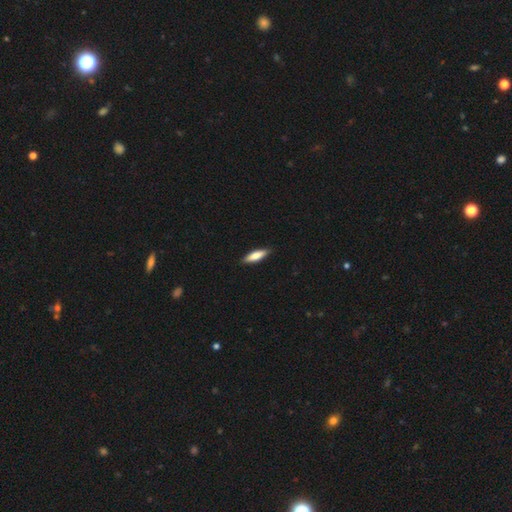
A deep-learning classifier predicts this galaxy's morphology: This is likely a smooth galaxy (76%). How rounded: possibly cigar-shaped (59%). Merging: clearly none (89%).